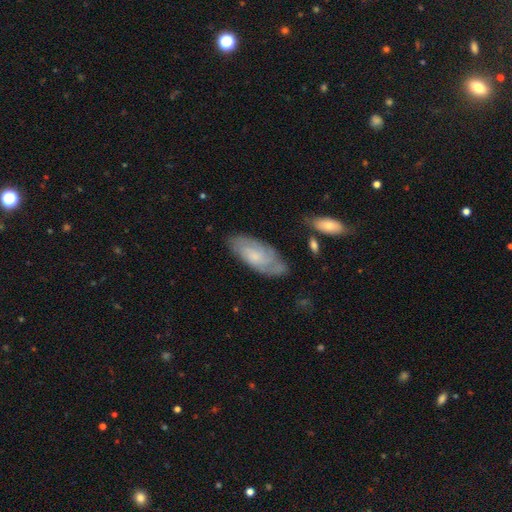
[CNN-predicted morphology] type=featured or disk (55%); edge-on=no (90%); merging=none (72%).